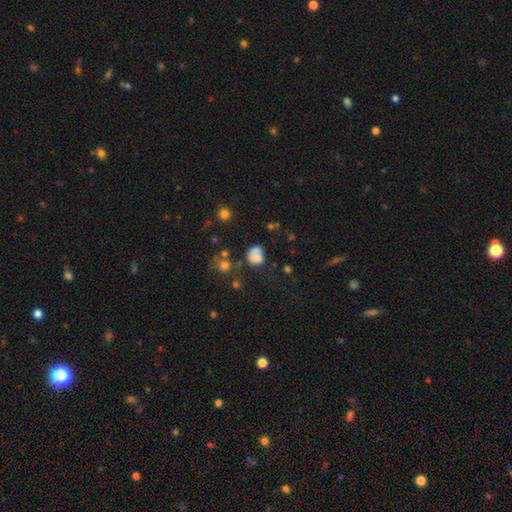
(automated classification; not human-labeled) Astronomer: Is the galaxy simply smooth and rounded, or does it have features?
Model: smooth — 63%.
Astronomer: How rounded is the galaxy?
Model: round — 57% (runner-up: in between, 42%).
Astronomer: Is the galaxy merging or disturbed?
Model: none — 33% (runner-up: merger, 31%).